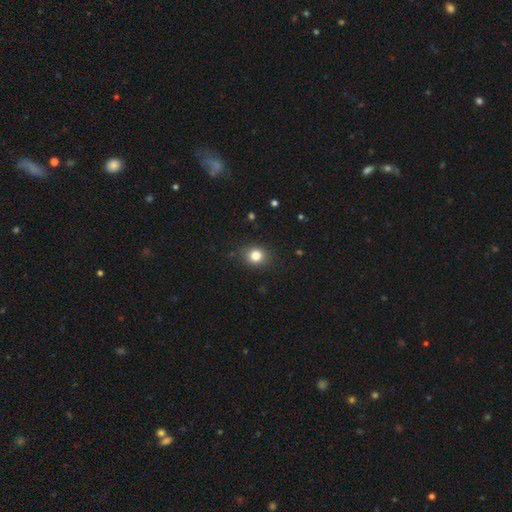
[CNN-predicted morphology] A smooth galaxy with no disk features (81%) that is round (70%).

Vote fractions:
- Smooth or featured? smooth: 81% / star or artifact: 12% / featured or disk: 7%
- How rounded? round: 70% / in between: 29% / cigar-shaped: 1%
- Merging? none: 84% / minor disturbance: 12% / major disturbance: 3% / merger: 1%